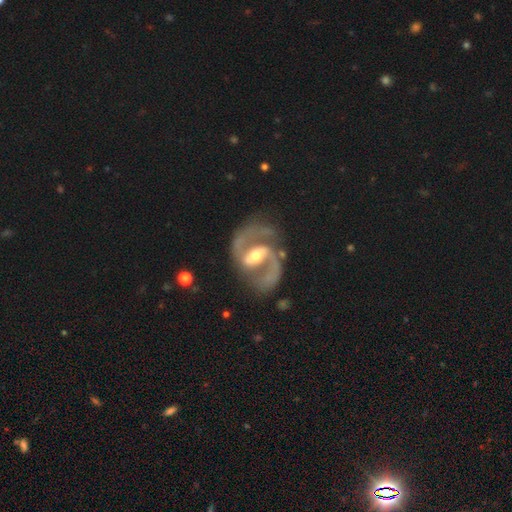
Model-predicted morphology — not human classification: smooth_or_featured: featured or disk (p=0.92) [alt: star or artifact p=0.04]
disk_edge_on: no (p=0.98) [alt: yes p=0.02]
bar: strong (p=0.48) [alt: weak p=0.39]
has_spiral_arms: yes (p=0.98) [alt: no p=0.02]
spiral_winding: medium (p=0.64) [alt: loose p=0.23]
spiral_arm_count: 2 (p=0.94) [alt: can't tell p=0.01]
bulge_size: moderate (p=0.63) [alt: small p=0.28]
merging: none (p=0.76) [alt: minor disturbance p=0.14]